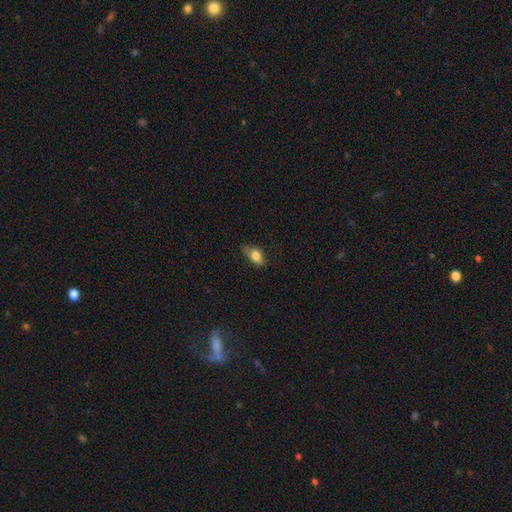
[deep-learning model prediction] Smooth or featured? smooth (78%)
How rounded? in between (81%)
Merging? none (66%)